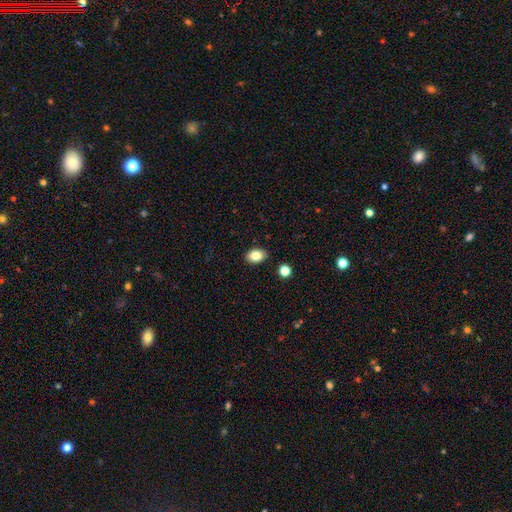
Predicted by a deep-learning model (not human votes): Smooth or featured: smooth — 83% (star or artifact — 9%)
How rounded: in between — 82% (round — 17%)
Merging: none — 88% (minor disturbance — 8%)